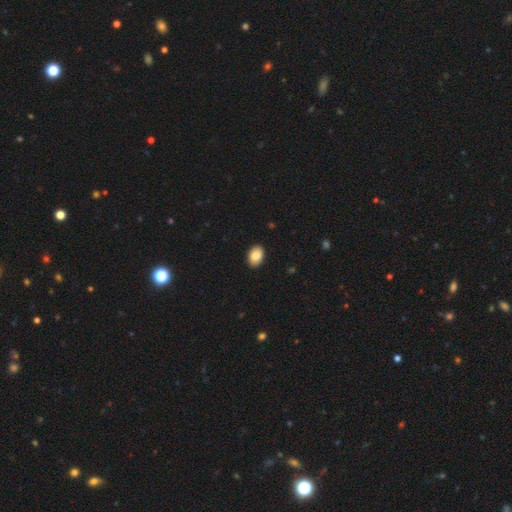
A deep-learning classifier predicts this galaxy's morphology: smooth 85%, featured or disk 8%, star or artifact 7%. Down the decision tree: how rounded — in between (86%); merging — none (91%).